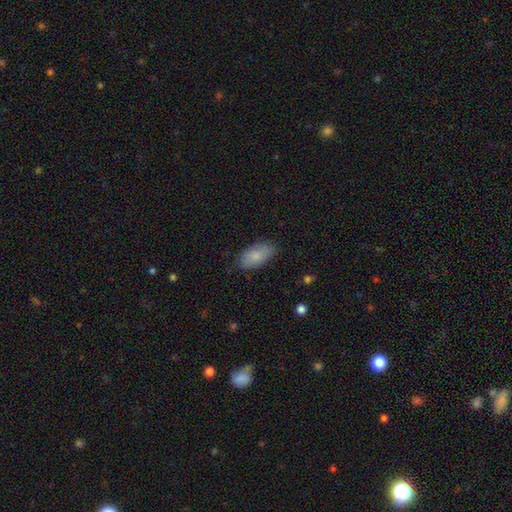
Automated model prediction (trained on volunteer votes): Overall: smooth (84%). How rounded: in between (92%). Merging: none (82%).